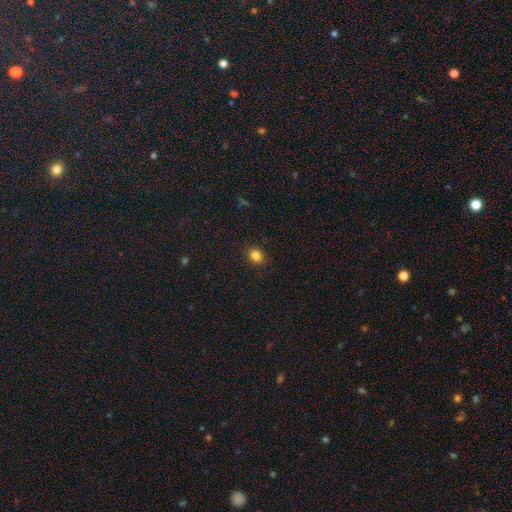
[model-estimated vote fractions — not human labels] Morphology: type=smooth (83%); roundness=round (61%); merging=none (89%).